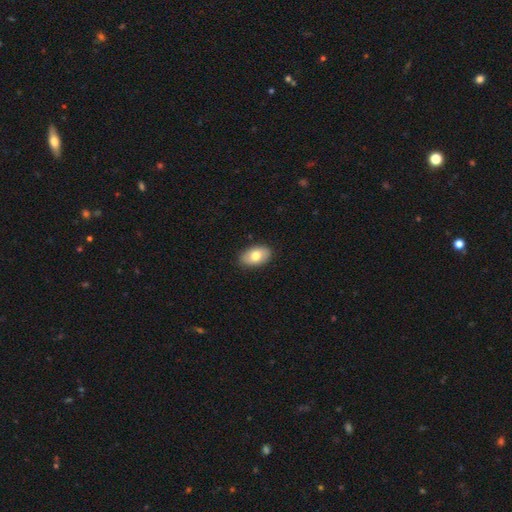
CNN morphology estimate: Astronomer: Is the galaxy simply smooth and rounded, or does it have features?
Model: smooth — 76%.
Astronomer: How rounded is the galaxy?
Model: in between — 92%.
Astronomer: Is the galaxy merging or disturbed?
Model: none — 88%.